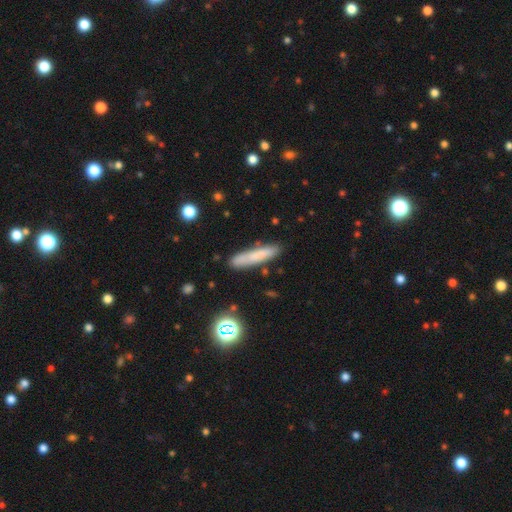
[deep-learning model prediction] A smooth galaxy with no disk features (74%) that is cigar-shaped (89%).

Vote fractions:
- Smooth or featured? smooth: 74% / featured or disk: 17% / star or artifact: 9%
- How rounded? cigar-shaped: 89% / in between: 10% / round: 2%
- Merging? none: 83% / minor disturbance: 12% / merger: 3% / major disturbance: 3%